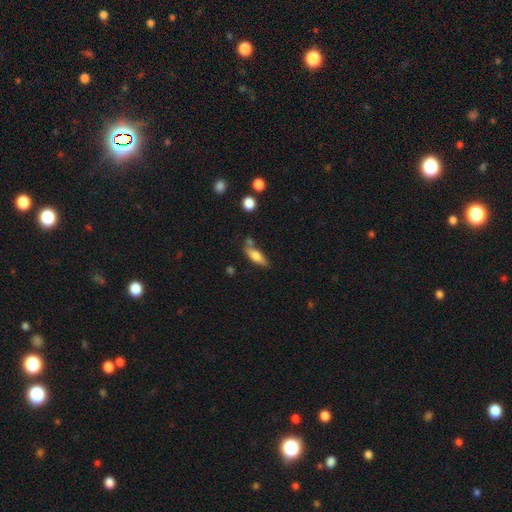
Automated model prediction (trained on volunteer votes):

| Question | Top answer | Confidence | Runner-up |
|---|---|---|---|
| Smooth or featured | smooth | 68% | featured or disk (24%) |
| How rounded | in between | 55% | cigar-shaped (43%) |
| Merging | none | 60% | minor disturbance (20%) |